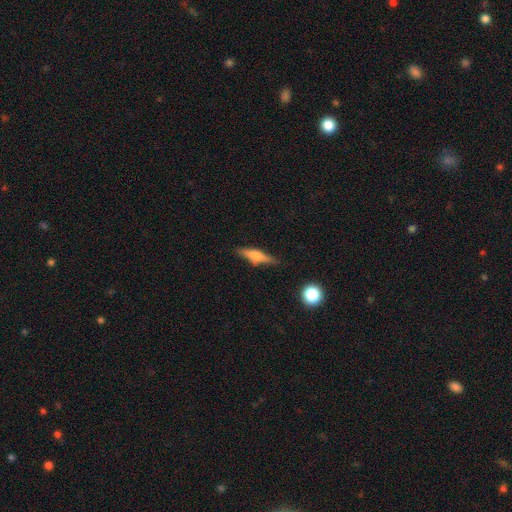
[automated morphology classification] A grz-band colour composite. It shows a smooth galaxy with no disk features (47%). Merging: none (82%).